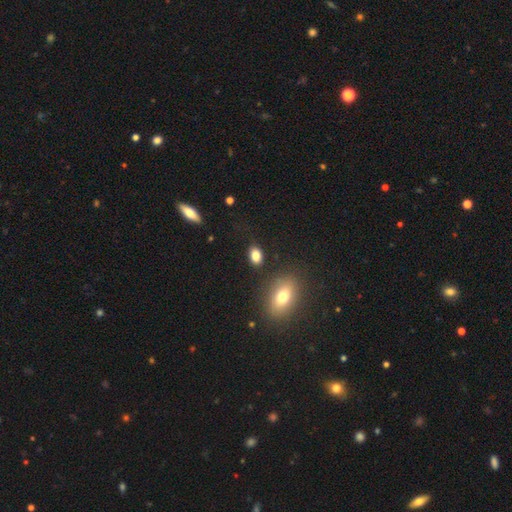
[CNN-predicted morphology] Smooth or featured: smooth — 84% (star or artifact — 10%)
How rounded: in between — 82% (round — 16%)
Merging: none — 84% (minor disturbance — 10%)